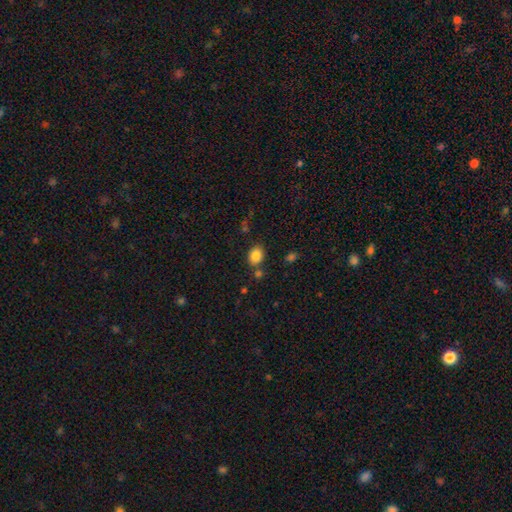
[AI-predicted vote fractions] Overall: smooth (84%). How rounded: in between (61%; round 39%). Merging: none (75%).